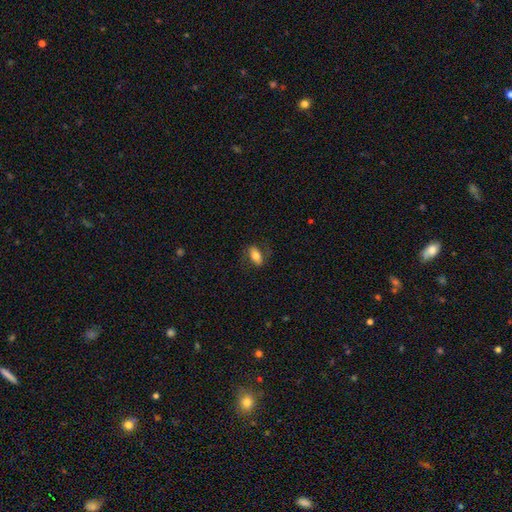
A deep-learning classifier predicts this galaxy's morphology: A smooth galaxy with no disk features (72%) that is in between round and cigar-shaped (85%).

Vote fractions:
- Smooth or featured? smooth: 72% / featured or disk: 21% / star or artifact: 7%
- How rounded? in between: 85% / cigar-shaped: 10% / round: 5%
- Merging? none: 77% / minor disturbance: 15% / major disturbance: 7% / merger: 1%